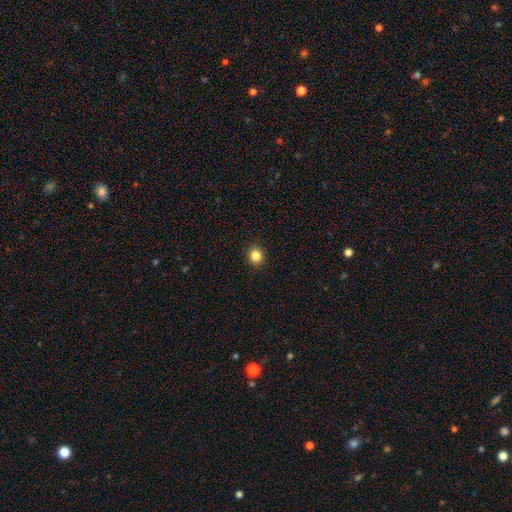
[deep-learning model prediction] This is clearly a smooth galaxy (84%). How rounded: clearly round (87%). Merging: clearly none (92%).